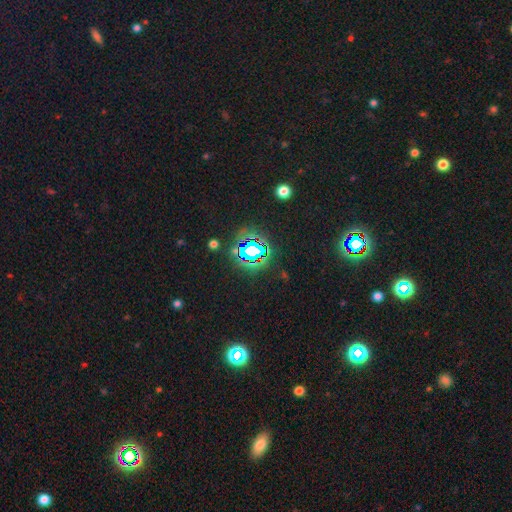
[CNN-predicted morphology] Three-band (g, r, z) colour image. It shows a star or artifact, not a galaxy (75%).